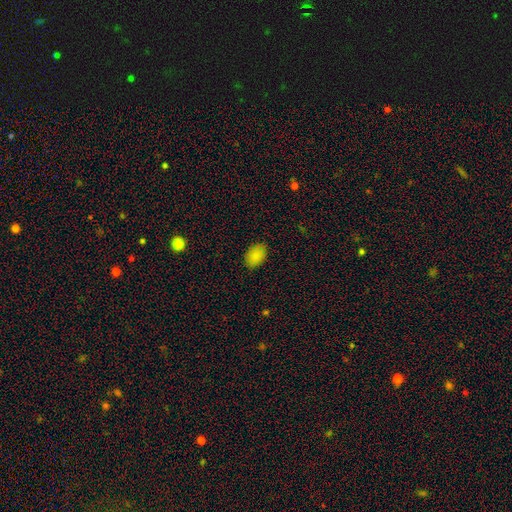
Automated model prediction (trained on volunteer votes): The model was most divided on "how rounded": in between: 87%, round: 12%, cigar-shaped: 1%. More confident: smooth or featured — smooth (87%); merging — none (86%).